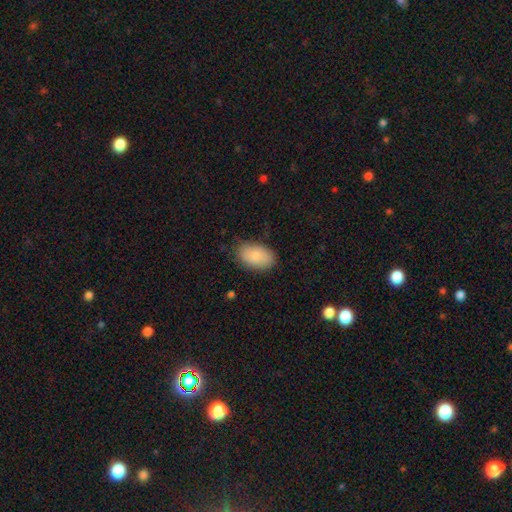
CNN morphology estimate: A smooth galaxy with no disk features (83%) that is in between round and cigar-shaped (93%).

Vote fractions:
- Smooth or featured? smooth: 83% / featured or disk: 10% / star or artifact: 6%
- How rounded? in between: 93% / round: 5% / cigar-shaped: 1%
- Merging? none: 79% / minor disturbance: 16% / major disturbance: 3% / merger: 1%